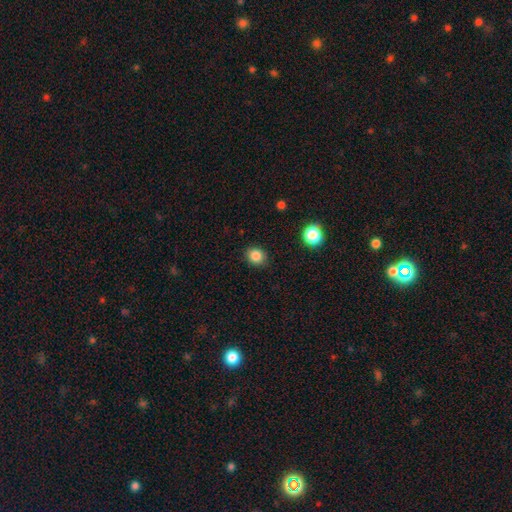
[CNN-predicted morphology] Smooth or featured? Predicted: smooth (p=0.85). How rounded? Predicted: round (p=0.72). Merging? Predicted: none (p=0.87).